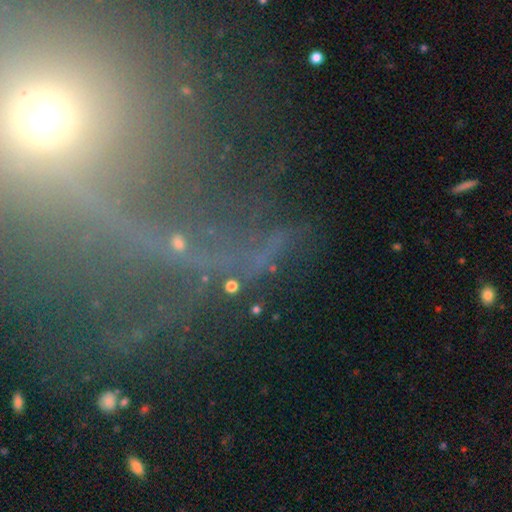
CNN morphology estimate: star or artifact 57%, featured or disk 30%, smooth 13%.